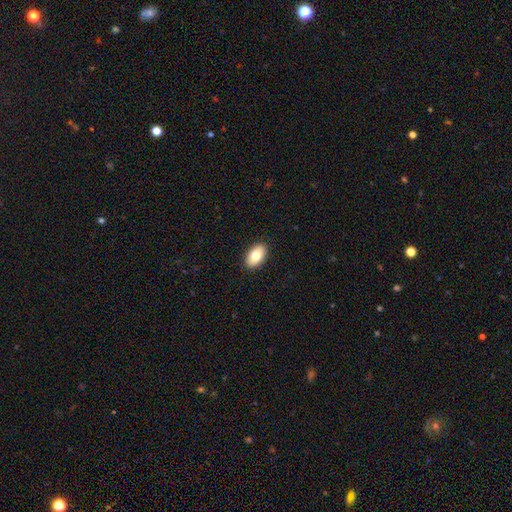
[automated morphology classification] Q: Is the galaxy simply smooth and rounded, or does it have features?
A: smooth — 78%.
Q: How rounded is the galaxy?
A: in between — 93%.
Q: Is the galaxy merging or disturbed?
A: none — 90%.